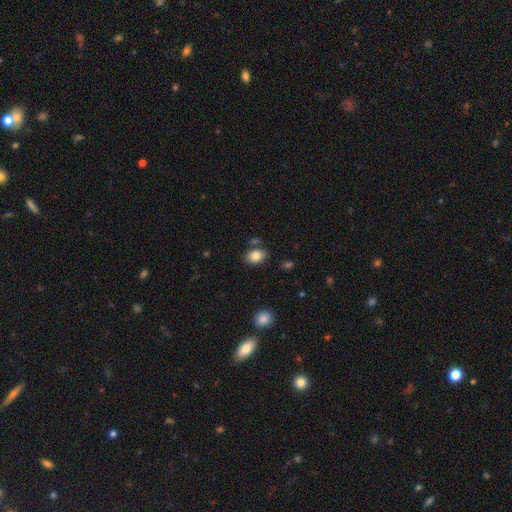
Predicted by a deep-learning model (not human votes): Smooth or featured? Predicted: smooth (p=0.83). How rounded? Predicted: in between (p=0.74). Merging? Predicted: none (p=0.78).